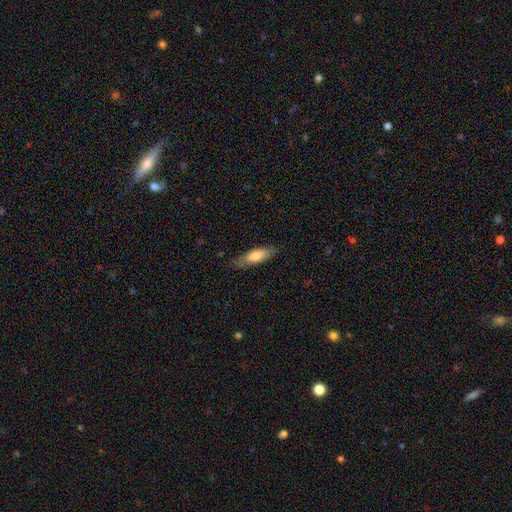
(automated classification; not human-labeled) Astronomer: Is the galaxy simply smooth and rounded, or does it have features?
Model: smooth — 69%.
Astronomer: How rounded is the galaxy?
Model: cigar-shaped — 58% (runner-up: in between, 40%).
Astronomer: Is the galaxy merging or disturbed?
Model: none — 77%.